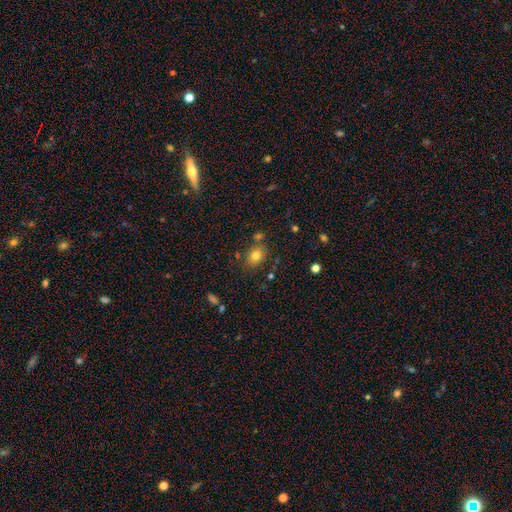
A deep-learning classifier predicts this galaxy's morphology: Overall: smooth (79%). How rounded: in between (58%; round 41%). Merging: none (74%).